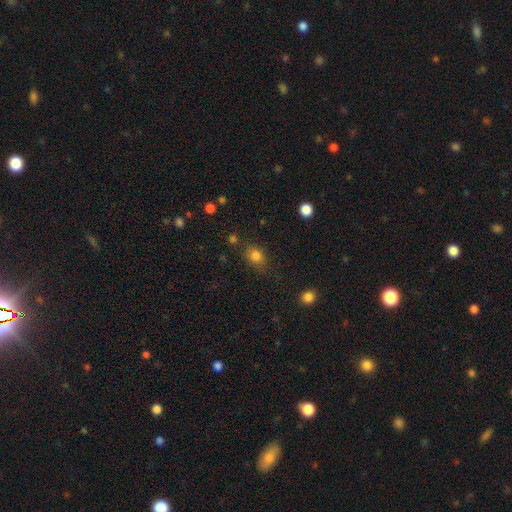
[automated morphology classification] Q: Smooth or featured?
A: smooth (81%); runner-up: star or artifact (12%)
Q: How rounded?
A: in between (54%); runner-up: round (44%)
Q: Merging?
A: none (73%); runner-up: minor disturbance (17%)